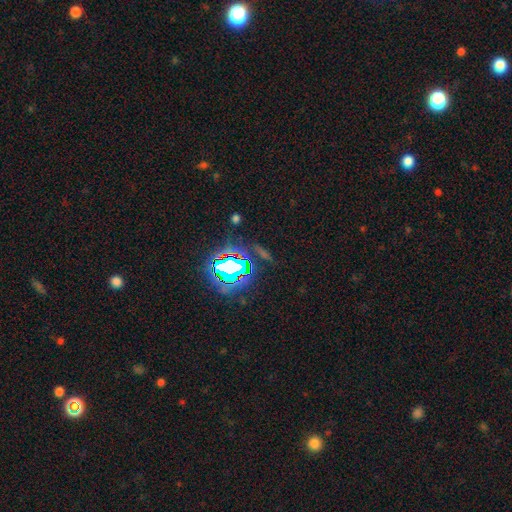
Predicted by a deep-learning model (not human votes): Smooth or featured?
  - star or artifact: 82% *
  - smooth: 10%
  - featured or disk: 8%